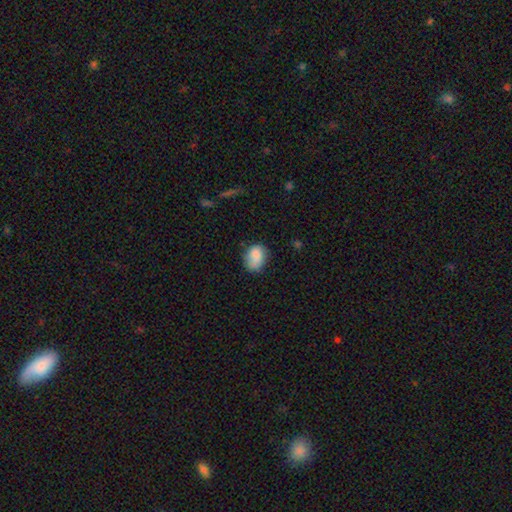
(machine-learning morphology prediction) smooth-or-featured: smooth: 83% | featured or disk: 9% | star or artifact: 8%
  how-rounded: in between: 67% | round: 32% | cigar-shaped: 1%
  merging: none: 59% | minor disturbance: 29% | major disturbance: 9% | merger: 3%